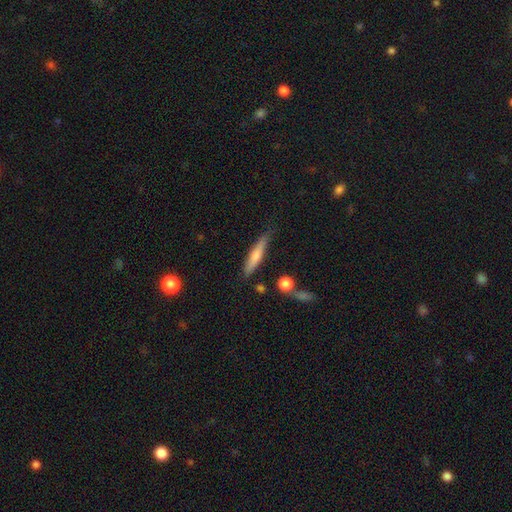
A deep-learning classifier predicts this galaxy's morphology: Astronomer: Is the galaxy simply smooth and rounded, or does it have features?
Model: smooth — 59% (runner-up: featured or disk, 35%).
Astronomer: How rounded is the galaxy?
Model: cigar-shaped — 88%.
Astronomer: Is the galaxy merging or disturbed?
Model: none — 78%.